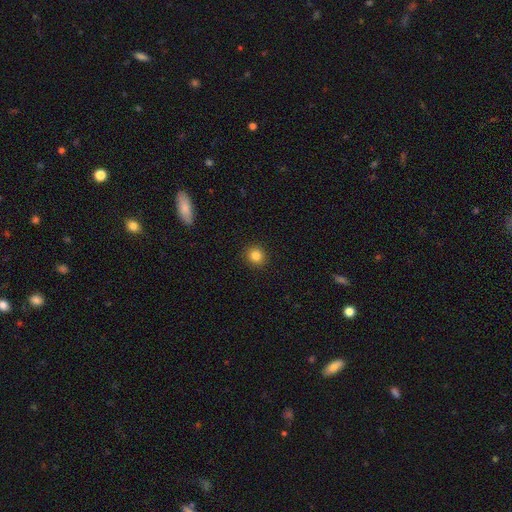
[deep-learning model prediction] This appears to be a smooth galaxy with no disk features (84%) that is round (92%). Merging: none (92%).